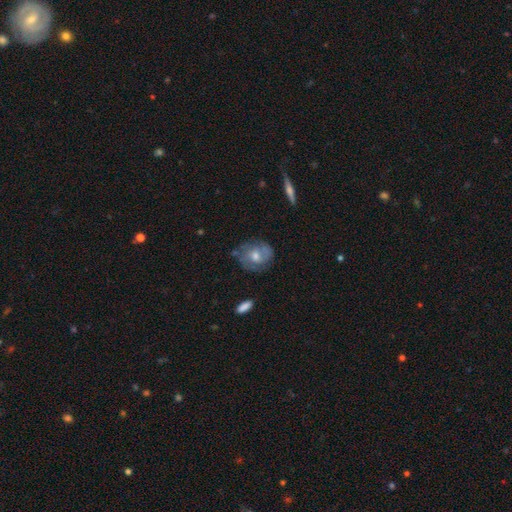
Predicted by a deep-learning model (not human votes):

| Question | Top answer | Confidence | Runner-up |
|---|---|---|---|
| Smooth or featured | featured or disk | 60% | smooth (31%) |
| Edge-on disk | no | 94% | yes (6%) |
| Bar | no | 72% | weak (24%) |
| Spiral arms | yes | 75% | no (25%) |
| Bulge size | moderate | 68% | small (24%) |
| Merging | none | 71% | minor disturbance (21%) |